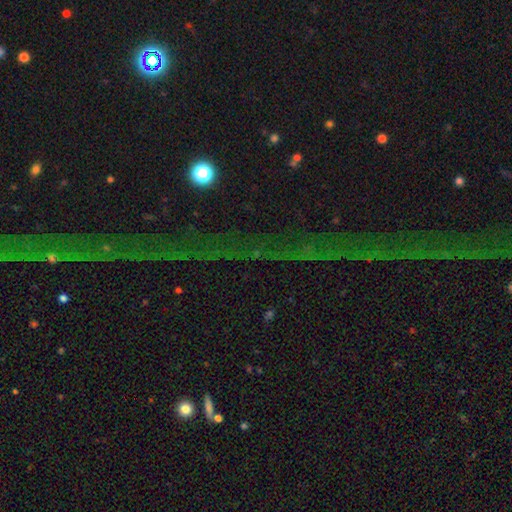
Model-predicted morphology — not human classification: Smooth or featured?
  - star or artifact: 76% *
  - featured or disk: 14%
  - smooth: 10%